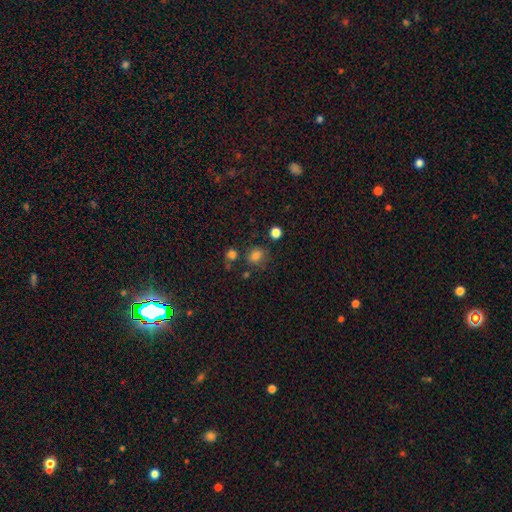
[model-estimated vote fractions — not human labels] This is likely a smooth galaxy (76%). How rounded: possibly round (57%). Merging: likely none (70%).